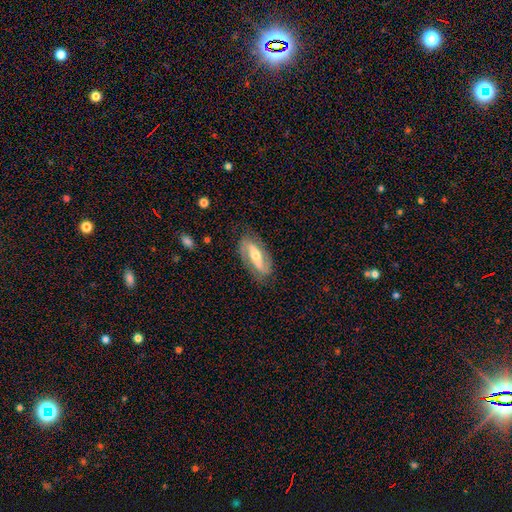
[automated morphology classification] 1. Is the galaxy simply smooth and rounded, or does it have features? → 77% featured or disk, 17% smooth, 6% star or artifact.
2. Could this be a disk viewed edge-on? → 88% no, 12% yes.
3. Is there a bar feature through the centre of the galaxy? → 53% strong, 27% weak, 20% no.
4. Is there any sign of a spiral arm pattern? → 87% yes, 13% no.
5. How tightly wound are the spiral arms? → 40% medium, 34% loose, 26% tight.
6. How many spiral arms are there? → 87% 2, 7% can't tell, 3% 1, 1% 3, 1% 4, 1% more than 4.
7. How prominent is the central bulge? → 62% moderate, 30% small, 5% large, 1% none, 1% dominant.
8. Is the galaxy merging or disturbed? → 81% none, 13% minor disturbance, 5% major disturbance, 1% merger.